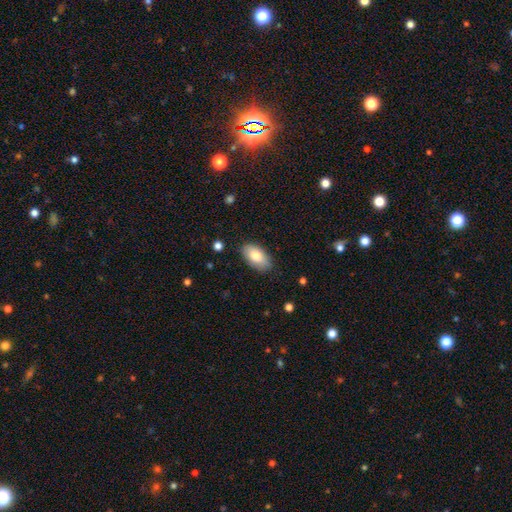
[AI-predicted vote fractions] Smooth or featured? Predicted: smooth (p=0.80). How rounded? Predicted: in between (p=0.94). Merging? Predicted: none (p=0.86).